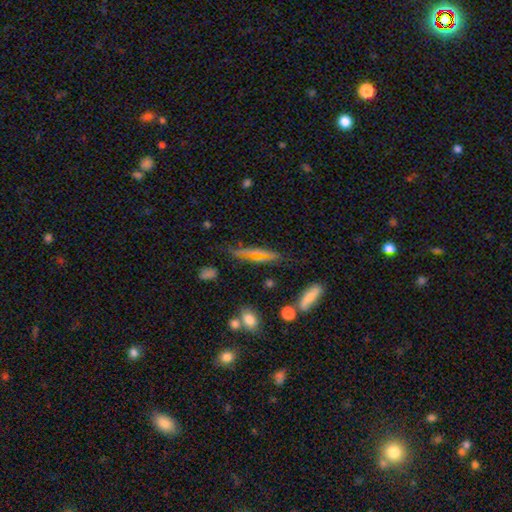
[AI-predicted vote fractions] This appears to be a smooth galaxy with no disk features (47%). Merging: none (61%).